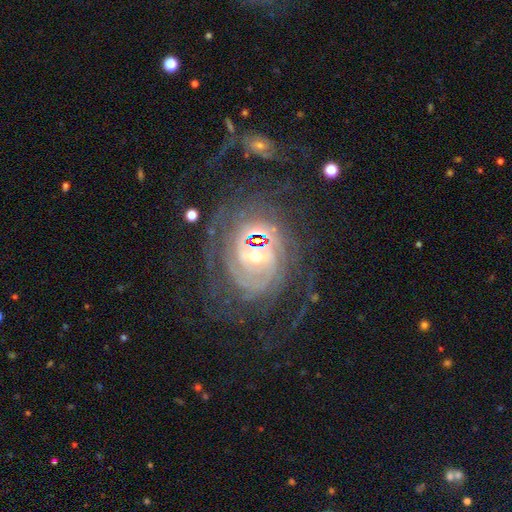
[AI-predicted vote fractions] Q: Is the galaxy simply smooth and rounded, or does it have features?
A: featured or disk — 84%.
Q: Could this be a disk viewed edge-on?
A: no — 97%.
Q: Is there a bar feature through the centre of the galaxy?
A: no — 53%.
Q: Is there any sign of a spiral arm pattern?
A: yes — 95%.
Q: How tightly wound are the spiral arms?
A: tight — 73%.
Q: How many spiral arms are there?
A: can't tell — 32%.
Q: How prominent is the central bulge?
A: small — 55%.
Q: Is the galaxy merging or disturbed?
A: none — 63%.